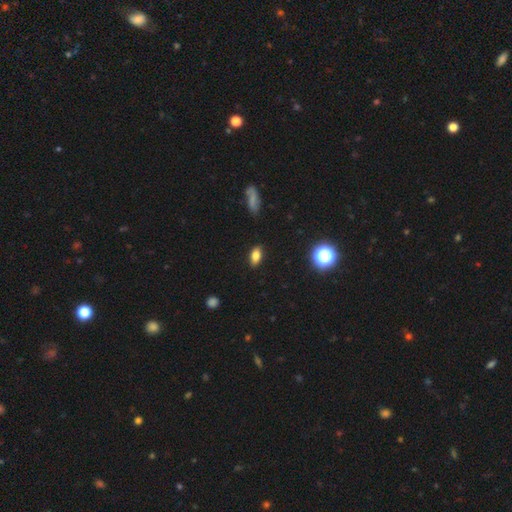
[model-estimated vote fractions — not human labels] A smooth galaxy with no disk features (77%) that is in between round and cigar-shaped (86%). Merging: none (87%).